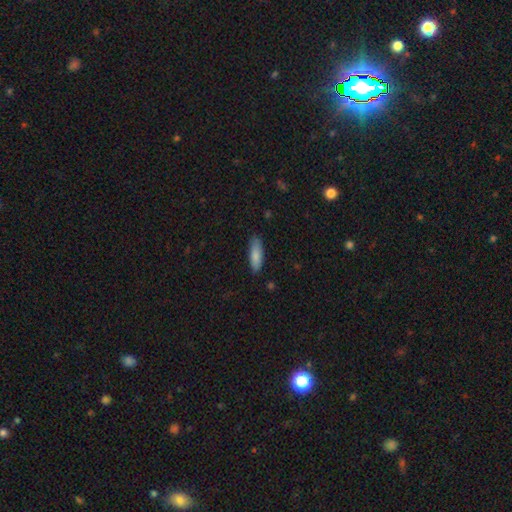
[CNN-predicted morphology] Smooth or featured: smooth — 84% (featured or disk — 10%)
How rounded: in between — 57% (cigar-shaped — 41%)
Merging: none — 84% (minor disturbance — 13%)